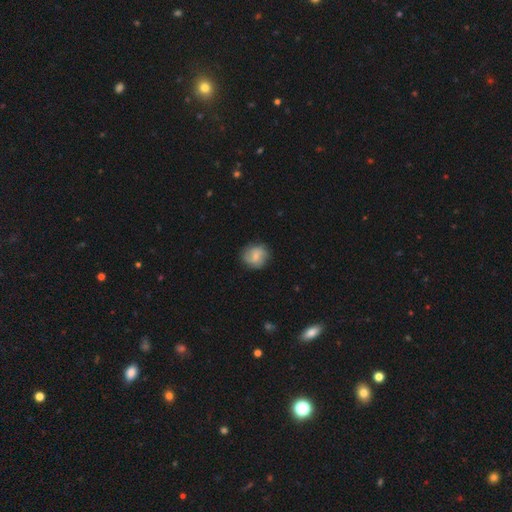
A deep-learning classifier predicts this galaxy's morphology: This is possibly a smooth galaxy (60%). How rounded: likely round (80%). Merging: likely none (80%).